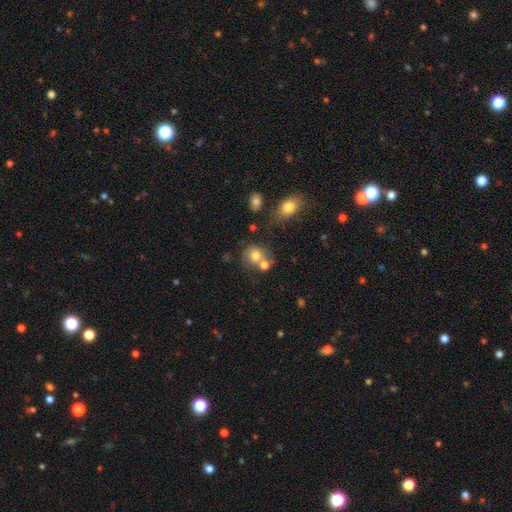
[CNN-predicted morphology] A smooth galaxy with no disk features (73%) that is round (76%). Merging: none (47%).